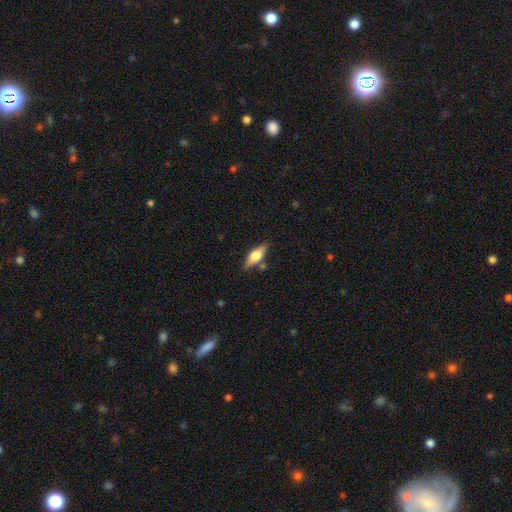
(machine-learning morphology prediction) A smooth galaxy with no disk features (51%) that is in between round and cigar-shaped (54%). Merging: none (77%).